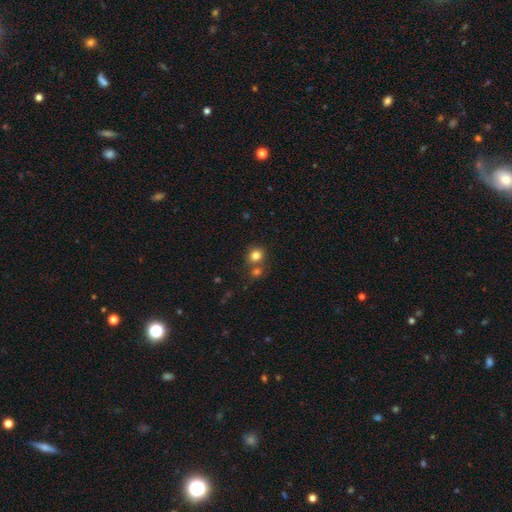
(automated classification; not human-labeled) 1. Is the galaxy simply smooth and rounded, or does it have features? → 81% smooth, 11% star or artifact, 7% featured or disk.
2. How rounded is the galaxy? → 77% round, 22% in between, 1% cigar-shaped.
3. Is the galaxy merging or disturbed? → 58% none, 29% merger, 9% minor disturbance, 3% major disturbance.